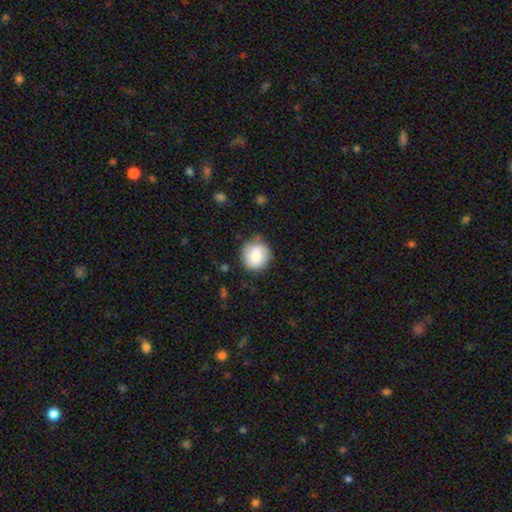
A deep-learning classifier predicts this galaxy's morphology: type=smooth (78%); roundness=round (89%); merging=none (80%).